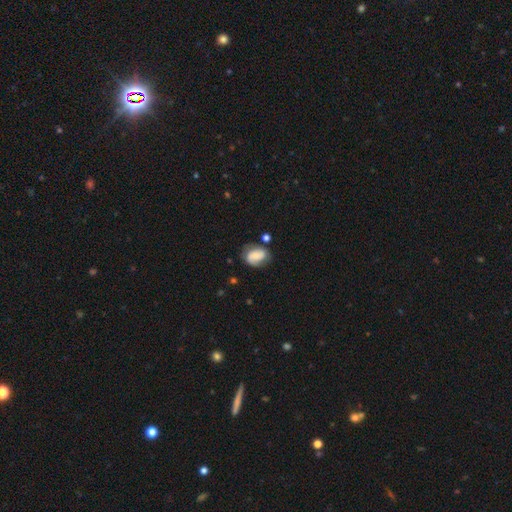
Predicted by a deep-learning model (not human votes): Q: Smooth or featured?
A: smooth (52%); runner-up: featured or disk (40%)
Q: How rounded?
A: in between (72%); runner-up: round (27%)
Q: Merging?
A: none (60%); runner-up: minor disturbance (25%)